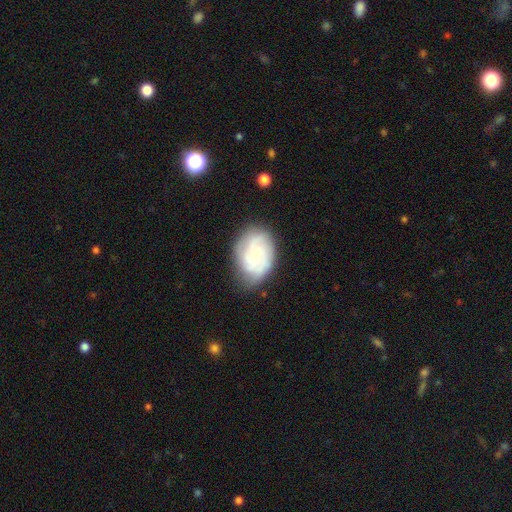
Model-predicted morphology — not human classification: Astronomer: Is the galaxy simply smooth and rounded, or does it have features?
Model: featured or disk — 66%.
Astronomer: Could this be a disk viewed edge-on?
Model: no — 97%.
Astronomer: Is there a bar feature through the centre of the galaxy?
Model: no — 73%.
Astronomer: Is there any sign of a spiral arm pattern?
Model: yes — 88%.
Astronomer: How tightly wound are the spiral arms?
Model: tight — 56% (runner-up: medium, 34%).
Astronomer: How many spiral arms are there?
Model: can't tell — 37% (runner-up: 3, 24%).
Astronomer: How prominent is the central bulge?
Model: small — 72%.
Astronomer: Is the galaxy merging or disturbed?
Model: none — 68%.